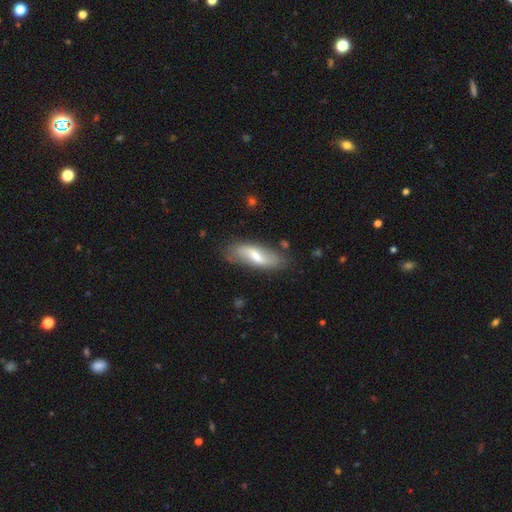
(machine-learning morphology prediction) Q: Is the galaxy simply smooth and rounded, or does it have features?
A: featured or disk — 53%.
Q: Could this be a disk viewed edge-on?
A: no — 84%.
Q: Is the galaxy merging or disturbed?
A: none — 76%.